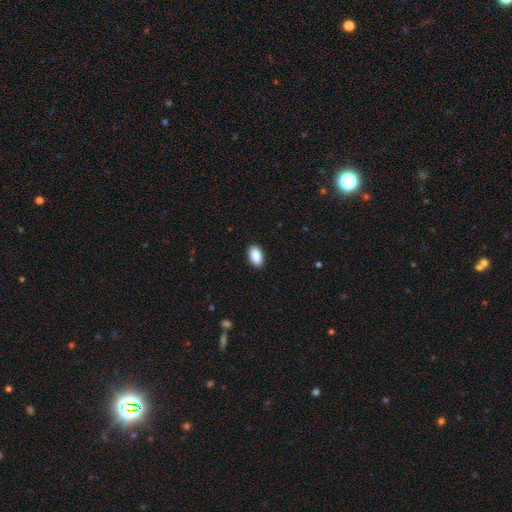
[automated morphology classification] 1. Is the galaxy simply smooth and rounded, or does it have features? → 90% smooth, 7% star or artifact, 3% featured or disk.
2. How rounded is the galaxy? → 94% in between, 4% round, 2% cigar-shaped.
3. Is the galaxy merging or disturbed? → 90% none, 8% minor disturbance, 2% major disturbance, 1% merger.